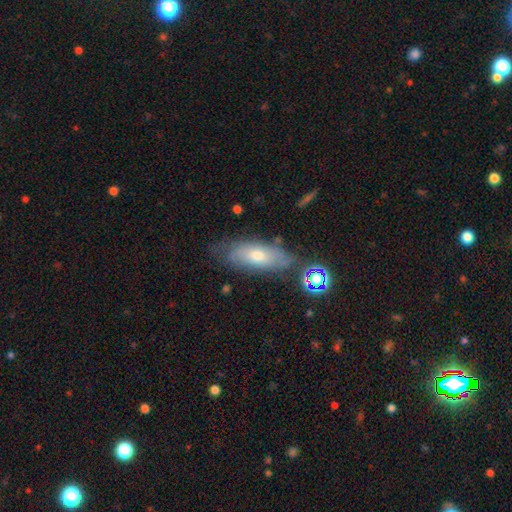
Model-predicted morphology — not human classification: This is possibly a smooth galaxy (53%). How rounded: likely in between (73%). Merging: likely none (65%).